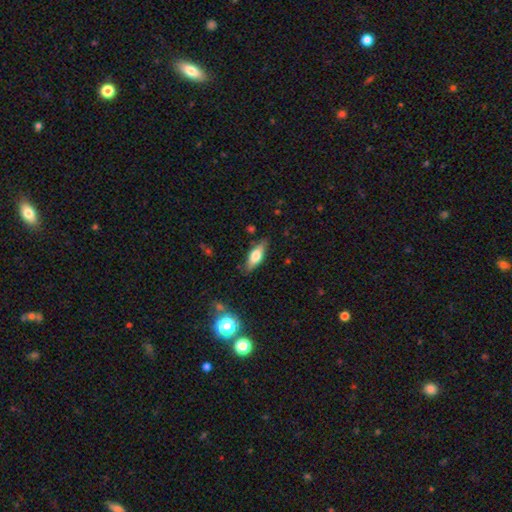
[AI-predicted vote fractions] A smooth galaxy with no disk features (61%) that is in between round and cigar-shaped (63%).

Vote fractions:
- Smooth or featured? smooth: 61% / featured or disk: 31% / star or artifact: 8%
- How rounded? in between: 63% / cigar-shaped: 34% / round: 3%
- Merging? none: 82% / minor disturbance: 13% / major disturbance: 3% / merger: 2%